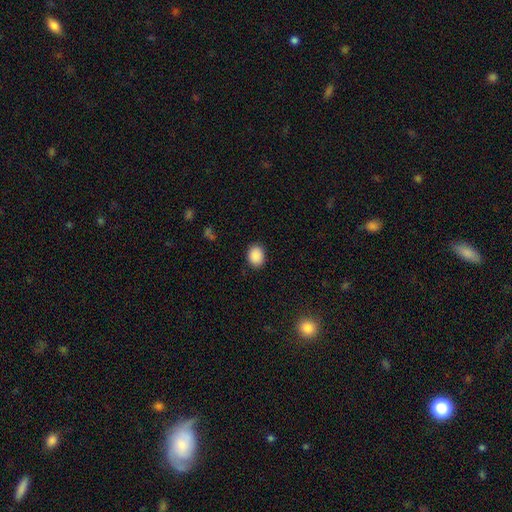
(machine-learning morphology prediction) A smooth galaxy with no disk features (89%) that is in between round and cigar-shaped (52%). Merging: none (88%).